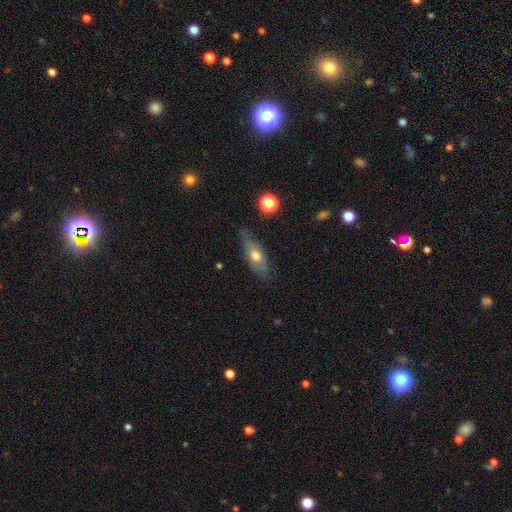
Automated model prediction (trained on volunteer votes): Smooth or featured: smooth — 55% (featured or disk — 37%)
How rounded: in between — 68% (cigar-shaped — 26%)
Merging: none — 64% (minor disturbance — 27%)